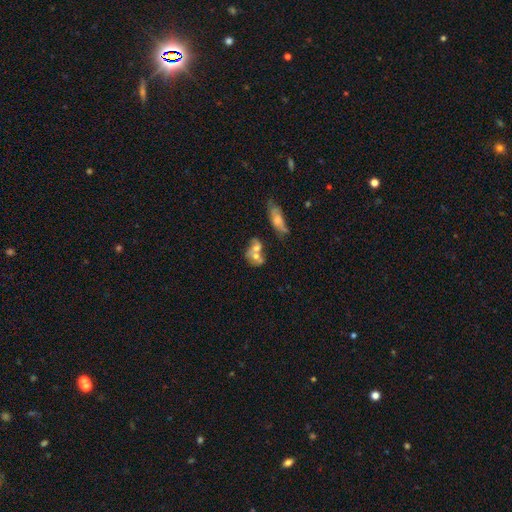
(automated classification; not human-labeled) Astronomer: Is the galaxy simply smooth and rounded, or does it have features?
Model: smooth — 55% (runner-up: featured or disk, 34%).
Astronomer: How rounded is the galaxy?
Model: in between — 60% (runner-up: round, 37%).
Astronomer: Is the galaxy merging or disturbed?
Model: merger — 61%.